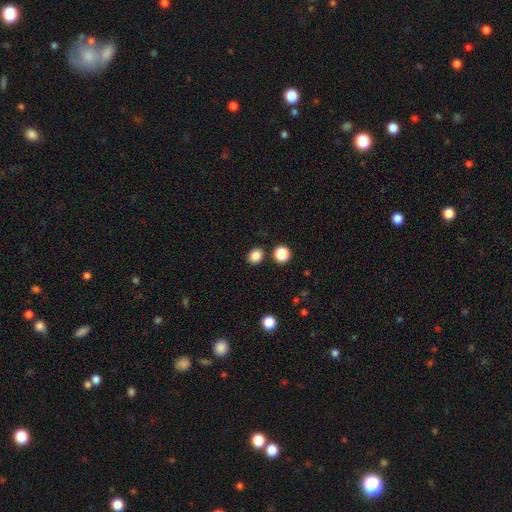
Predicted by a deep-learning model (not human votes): Smooth or featured? Predicted: smooth (p=0.85). How rounded? Predicted: round (p=0.62). Merging? Predicted: none (p=0.84).